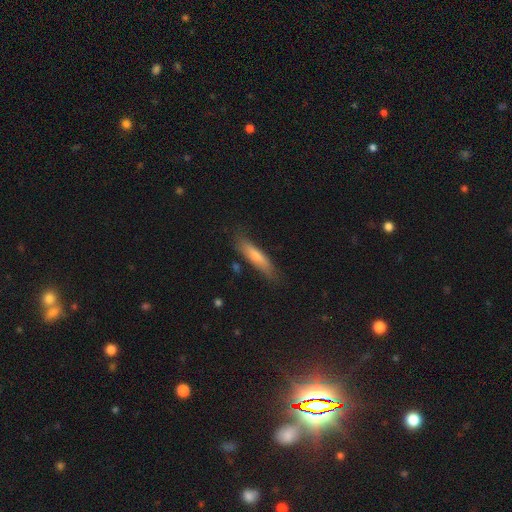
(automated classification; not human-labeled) Smooth or featured? smooth (67%)
How rounded? cigar-shaped (83%)
Merging? none (78%)